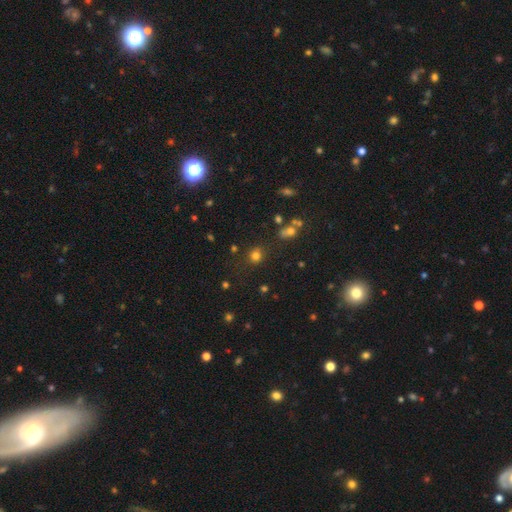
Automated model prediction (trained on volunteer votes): Overall: smooth (74%). How rounded: round (87%). Merging: none (81%).